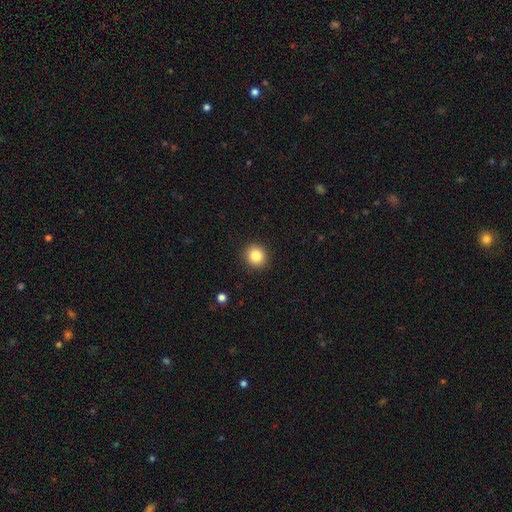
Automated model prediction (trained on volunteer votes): smooth_or_featured: smooth (p=0.84) [alt: star or artifact p=0.10]
how_rounded: round (p=0.89) [alt: in between p=0.10]
merging: none (p=0.91) [alt: minor disturbance p=0.06]